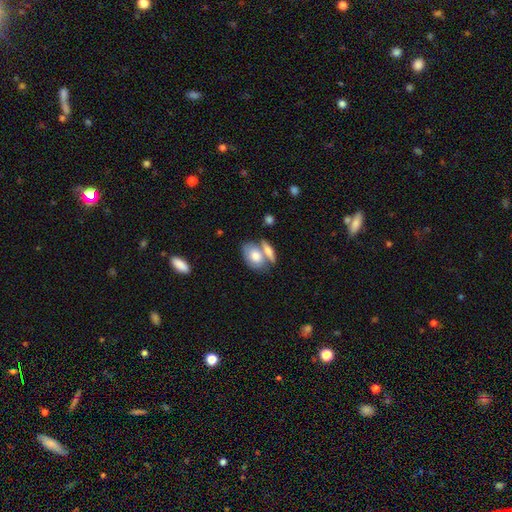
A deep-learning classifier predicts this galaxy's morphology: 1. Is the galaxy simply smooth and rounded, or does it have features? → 72% smooth, 22% featured or disk, 6% star or artifact.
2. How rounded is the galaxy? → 86% in between, 11% round, 3% cigar-shaped.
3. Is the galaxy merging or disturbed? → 47% merger, 36% none, 12% minor disturbance, 5% major disturbance.